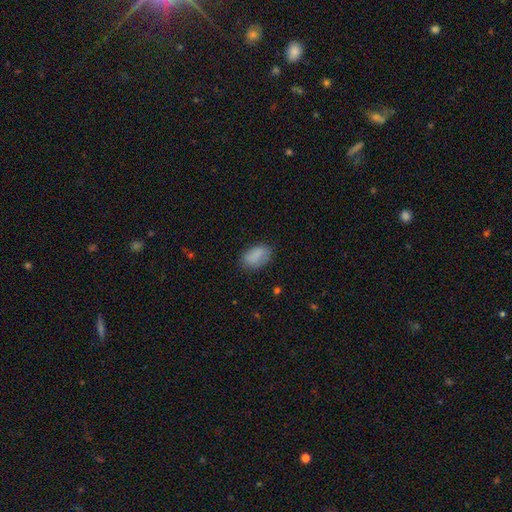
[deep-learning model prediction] The model was most divided on "merging": none: 75%, minor disturbance: 19%, major disturbance: 5%, merger: 2%. More confident: how rounded — in between (91%); smooth or featured — smooth (84%).